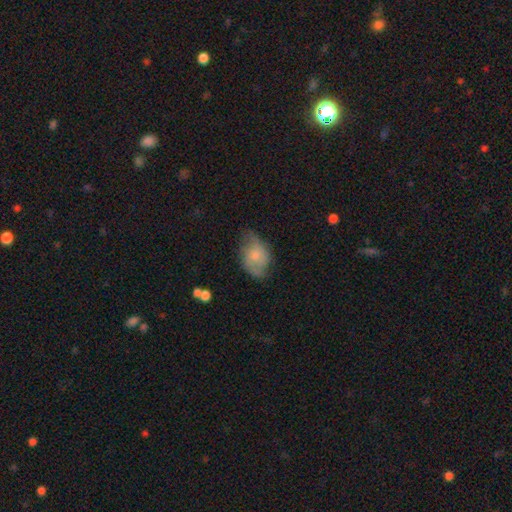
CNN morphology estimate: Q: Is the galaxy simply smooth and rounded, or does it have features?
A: smooth — 54%.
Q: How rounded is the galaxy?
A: in between — 77%.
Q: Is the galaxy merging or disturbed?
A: none — 53%.